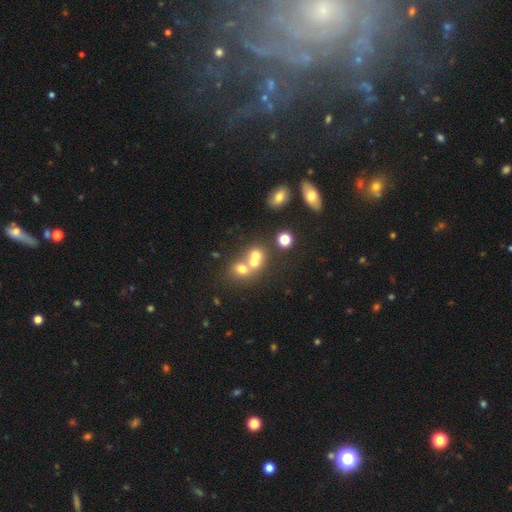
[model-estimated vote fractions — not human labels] The model was most divided on "merging": merger: 57%, none: 32%, minor disturbance: 7%, major disturbance: 4%. More confident: how rounded — round (71%); smooth or featured — smooth (63%).